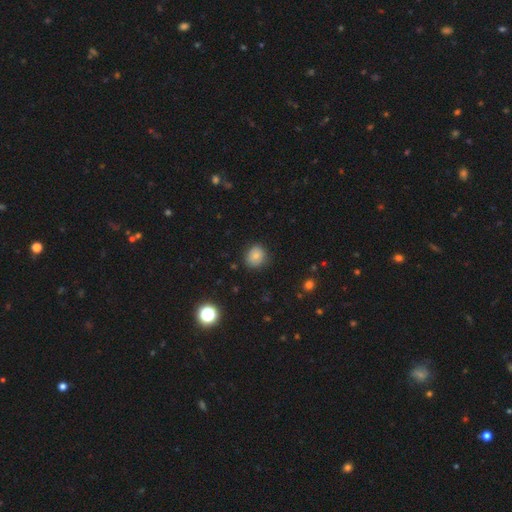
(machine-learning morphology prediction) smooth 77%, star or artifact 12%, featured or disk 11%. Down the decision tree: how rounded — round (74%); merging — none (81%).